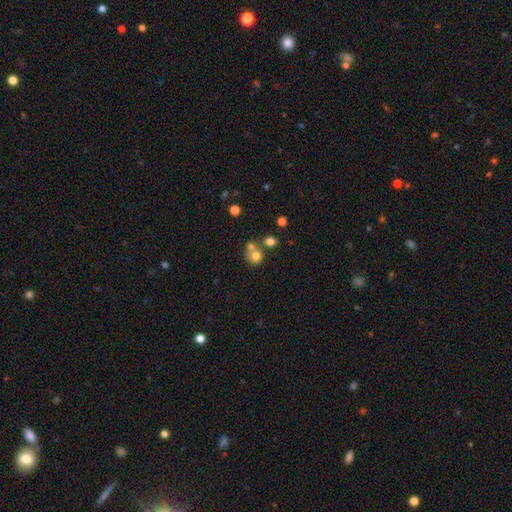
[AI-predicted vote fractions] Smooth or featured? smooth (73%)
How rounded? round (82%)
Merging? merger (44%)